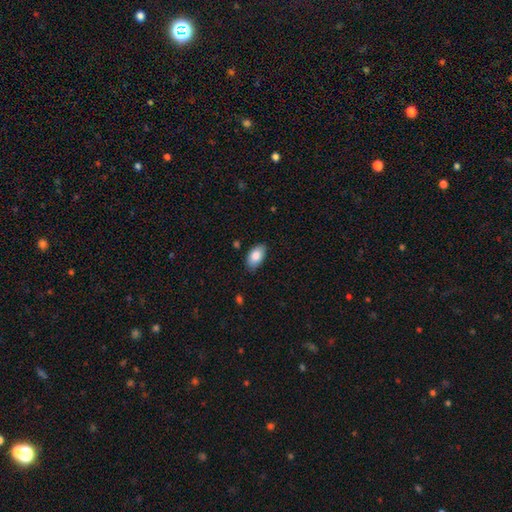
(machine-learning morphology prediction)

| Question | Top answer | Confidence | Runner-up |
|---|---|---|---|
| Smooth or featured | smooth | 84% | featured or disk (9%) |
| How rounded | in between | 93% | round (5%) |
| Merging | none | 83% | minor disturbance (14%) |